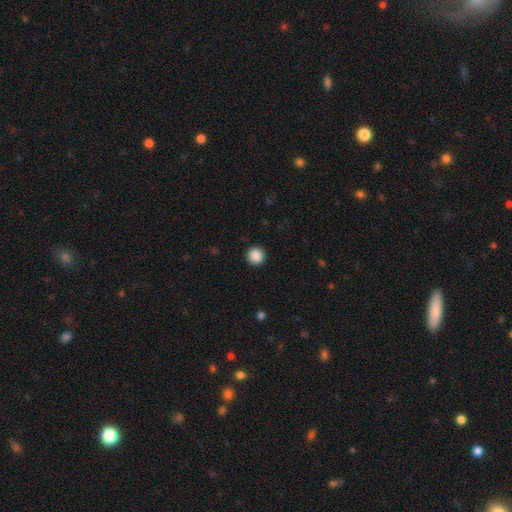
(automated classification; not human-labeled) Smooth or featured? smooth (88%)
How rounded? round (94%)
Merging? none (92%)